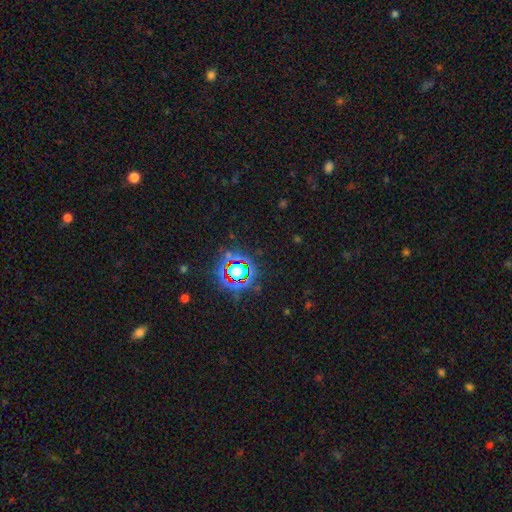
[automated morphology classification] Q: Smooth or featured?
A: star or artifact (77%); runner-up: smooth (15%)